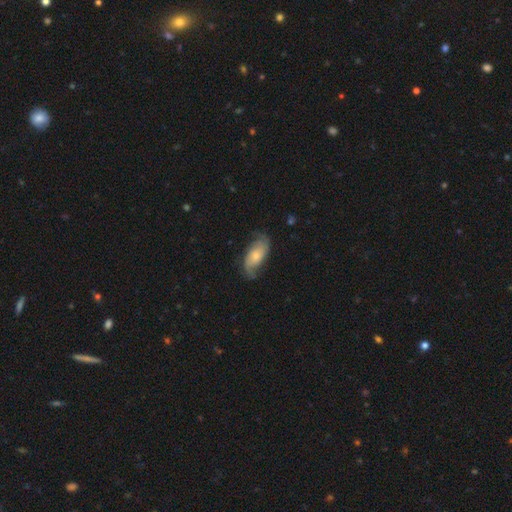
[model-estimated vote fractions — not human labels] This is possibly a featured or disk galaxy (60%). It is clearly not viewed edge-on (93%). Bar: likely no (71%). Spiral arm pattern: clearly yes (88%). Central bulge: possibly small (55%). Merging: likely none (65%).